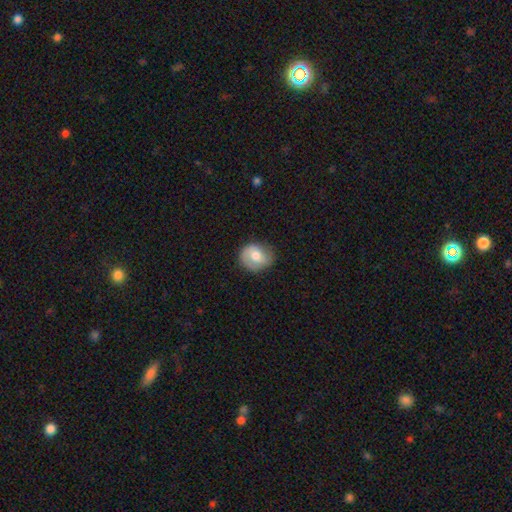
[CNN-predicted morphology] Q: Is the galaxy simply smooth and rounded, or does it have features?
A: smooth — 59%.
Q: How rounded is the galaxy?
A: round — 70%.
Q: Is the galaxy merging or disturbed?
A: none — 70%.